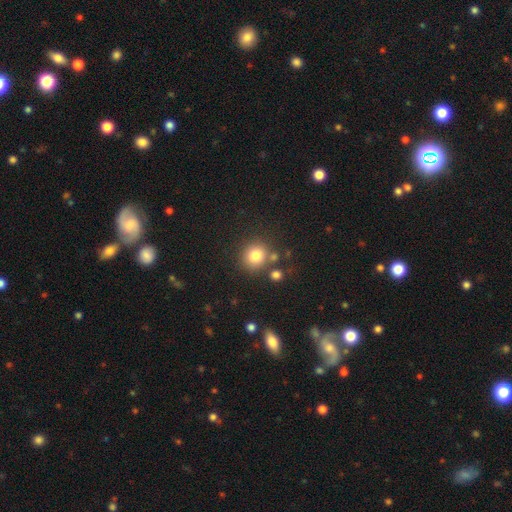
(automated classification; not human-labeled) smooth-or-featured: smooth: 80% | star or artifact: 12% | featured or disk: 8%
  how-rounded: round: 86% | in between: 13% | cigar-shaped: 1%
  merging: none: 75% | merger: 11% | minor disturbance: 10% | major disturbance: 4%